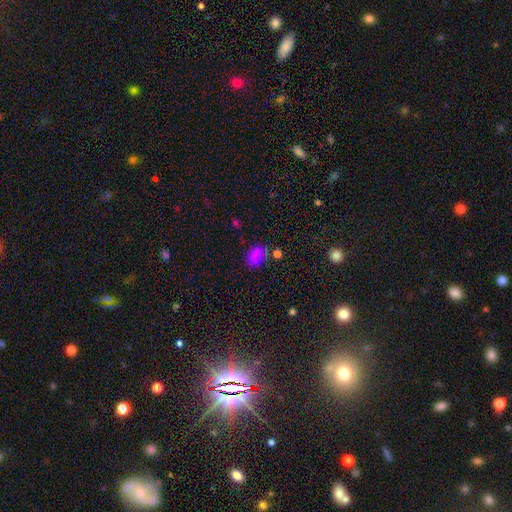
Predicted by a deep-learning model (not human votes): smooth-or-featured: smooth: 78% | star or artifact: 15% | featured or disk: 7%
  how-rounded: in between: 77% | round: 21% | cigar-shaped: 2%
  merging: none: 62% | minor disturbance: 22% | merger: 8% | major disturbance: 8%